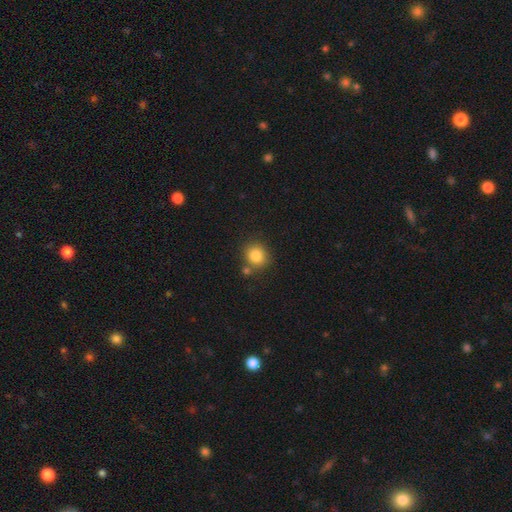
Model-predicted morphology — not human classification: Smooth or featured? Predicted: smooth (p=0.84). How rounded? Predicted: round (p=0.81). Merging? Predicted: none (p=0.71).